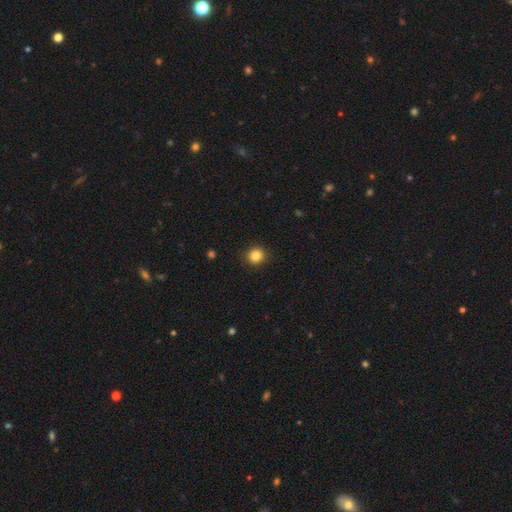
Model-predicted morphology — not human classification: smooth-or-featured: smooth: 84% | star or artifact: 11% | featured or disk: 4%
  how-rounded: round: 89% | in between: 10% | cigar-shaped: 1%
  merging: none: 90% | minor disturbance: 7% | major disturbance: 2% | merger: 1%